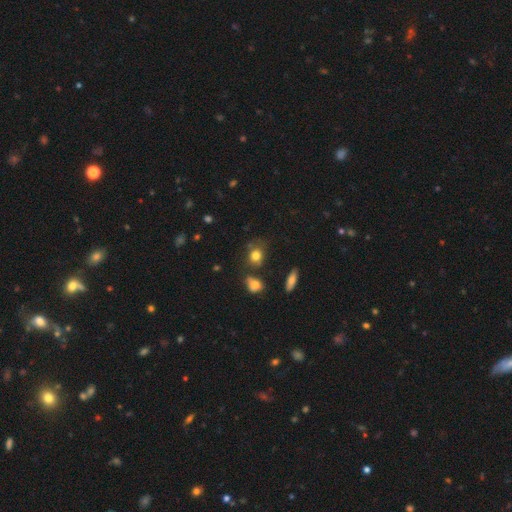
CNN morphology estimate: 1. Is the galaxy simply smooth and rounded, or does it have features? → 78% smooth, 12% star or artifact, 10% featured or disk.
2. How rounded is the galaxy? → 58% round, 40% in between, 2% cigar-shaped.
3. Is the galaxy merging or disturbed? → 60% none, 23% minor disturbance, 9% major disturbance, 9% merger.